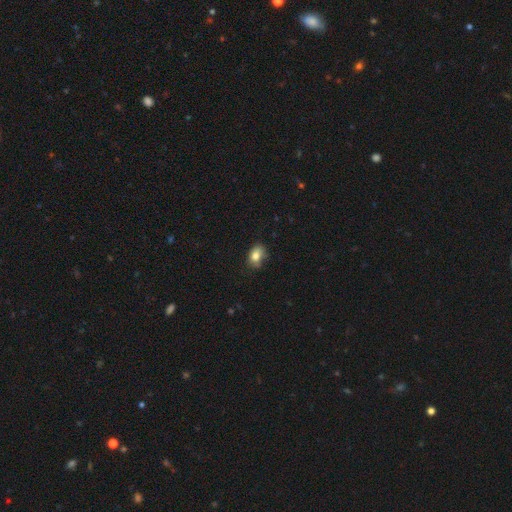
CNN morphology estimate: A smooth galaxy with no disk features (81%) that is in between round and cigar-shaped (73%). Merging: none (63%).